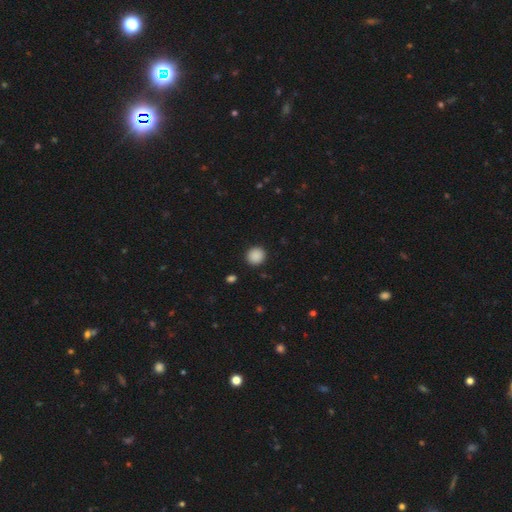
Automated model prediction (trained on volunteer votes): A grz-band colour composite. It shows a smooth galaxy with no disk features (89%) that is round (89%). Merging: none (91%).